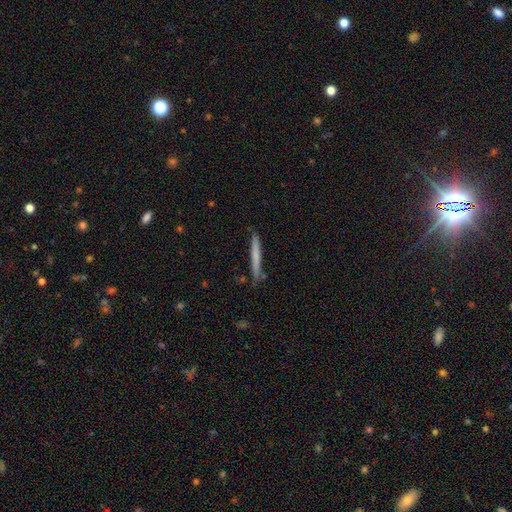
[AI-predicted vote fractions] Q: Smooth or featured?
A: smooth (64%); runner-up: featured or disk (30%)
Q: How rounded?
A: cigar-shaped (97%); runner-up: in between (2%)
Q: Merging?
A: none (87%); runner-up: minor disturbance (10%)